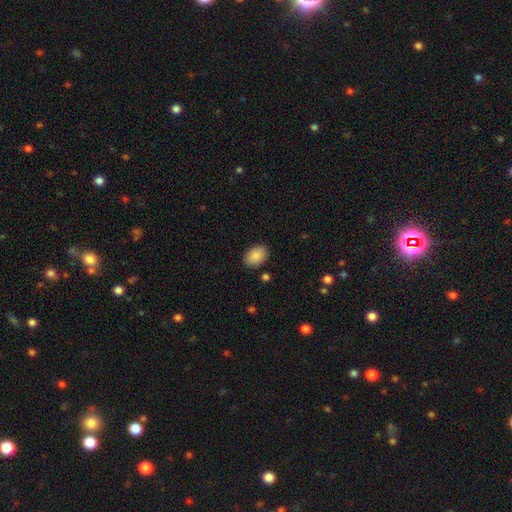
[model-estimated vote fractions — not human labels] smooth_or_featured: smooth (p=0.88) [alt: star or artifact p=0.07]
how_rounded: in between (p=0.86) [alt: round p=0.13]
merging: none (p=0.87) [alt: minor disturbance p=0.09]